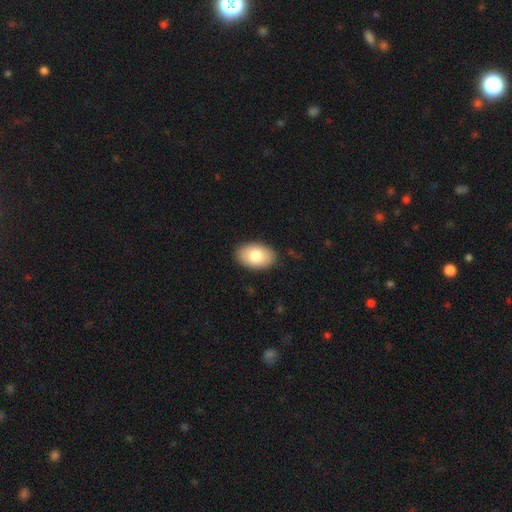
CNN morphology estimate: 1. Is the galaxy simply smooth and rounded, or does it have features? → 80% smooth, 14% featured or disk, 6% star or artifact.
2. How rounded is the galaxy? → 91% in between, 8% round, 1% cigar-shaped.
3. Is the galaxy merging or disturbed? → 89% none, 8% minor disturbance, 2% major disturbance, 1% merger.